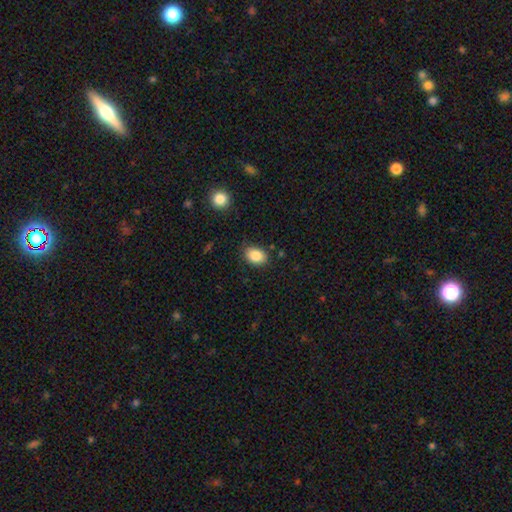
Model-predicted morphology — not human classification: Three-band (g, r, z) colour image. It shows a smooth galaxy with no disk features (86%) that is in between round and cigar-shaped (77%). Merging: none (82%).